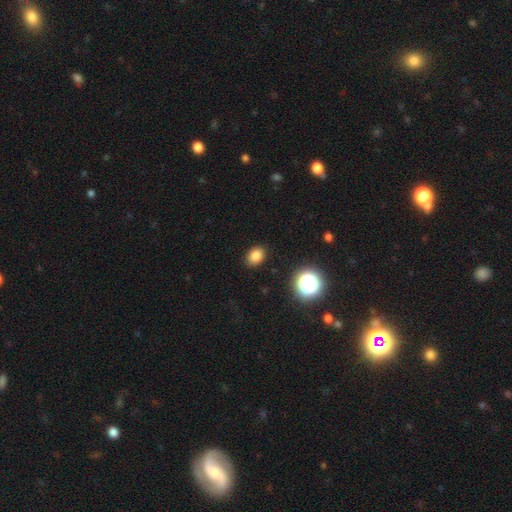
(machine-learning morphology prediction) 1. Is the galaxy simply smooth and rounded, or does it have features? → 82% smooth, 13% star or artifact, 5% featured or disk.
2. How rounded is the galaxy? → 67% in between, 32% round, 1% cigar-shaped.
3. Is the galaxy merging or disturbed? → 89% none, 8% minor disturbance, 2% major disturbance, 1% merger.